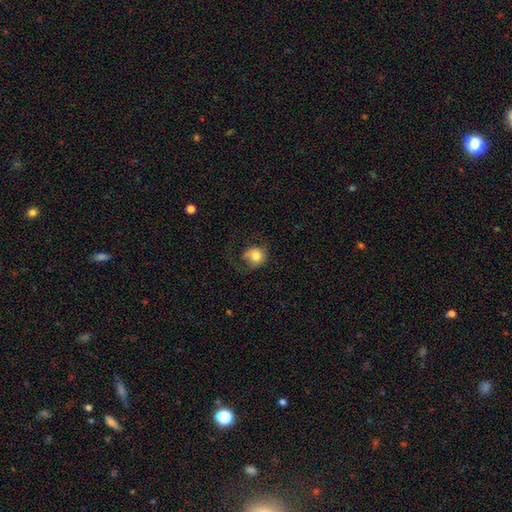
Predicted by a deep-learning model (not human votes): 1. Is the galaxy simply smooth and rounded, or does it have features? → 77% smooth, 14% featured or disk, 9% star or artifact.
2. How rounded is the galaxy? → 82% round, 17% in between, 1% cigar-shaped.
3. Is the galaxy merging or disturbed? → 54% none, 22% minor disturbance, 22% major disturbance, 2% merger.